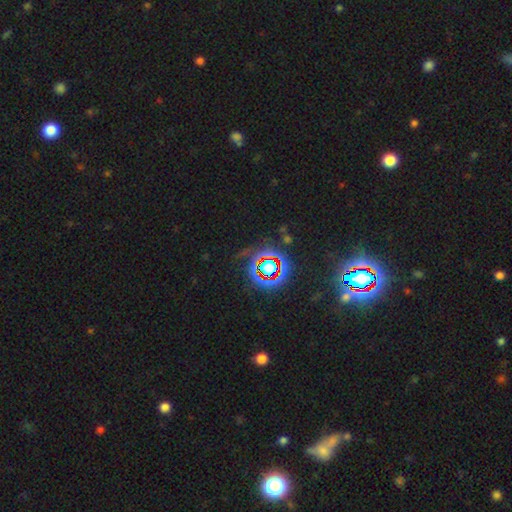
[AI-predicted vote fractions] star or artifact 72%, smooth 15%, featured or disk 13%.